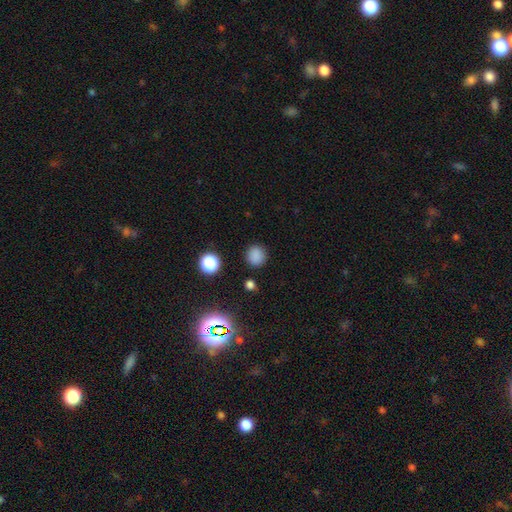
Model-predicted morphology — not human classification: smooth_or_featured: smooth (p=0.81) [alt: star or artifact p=0.15]
how_rounded: round (p=0.86) [alt: in between p=0.13]
merging: none (p=0.87) [alt: minor disturbance p=0.08]